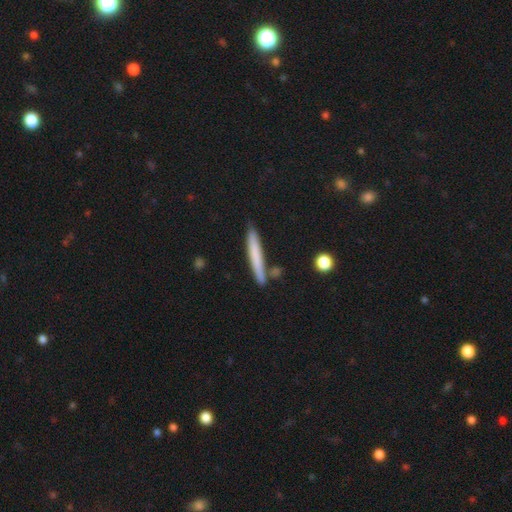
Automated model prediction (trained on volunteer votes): smooth 66%, featured or disk 27%, star or artifact 7%. Down the decision tree: how rounded — cigar-shaped (96%); merging — none (81%).